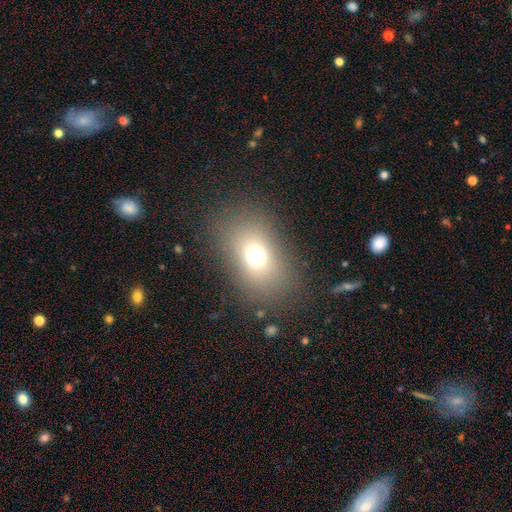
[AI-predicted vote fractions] Smooth or featured?
  - smooth: 69% *
  - star or artifact: 17%
  - featured or disk: 14%
How rounded?
  - in between: 71% *
  - round: 27%
  - cigar-shaped: 2%
Merging?
  - none: 80% *
  - minor disturbance: 11%
  - major disturbance: 8%
  - merger: 2%